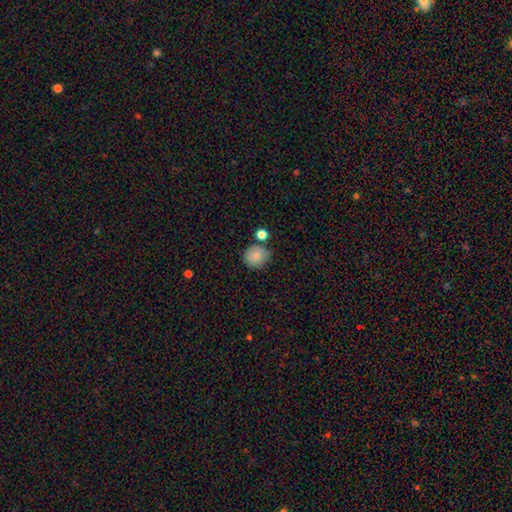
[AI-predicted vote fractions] Smooth or featured? smooth (85%)
How rounded? round (86%)
Merging? none (70%)